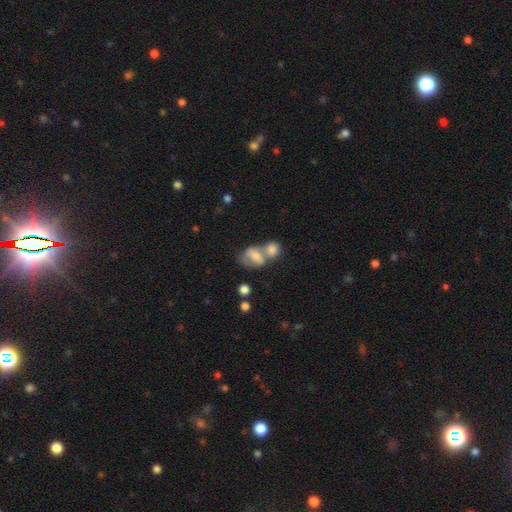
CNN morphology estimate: Smooth or featured? Predicted: smooth (p=0.60). How rounded? Predicted: in between (p=0.69). Merging? Predicted: merger (p=0.61).